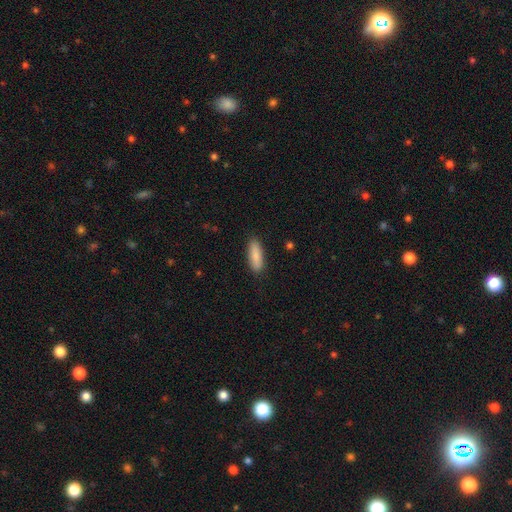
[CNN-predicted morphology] The model was most divided on "how rounded": in between: 52%, cigar-shaped: 46%, round: 2%. More confident: merging — none (88%); smooth or featured — smooth (87%).